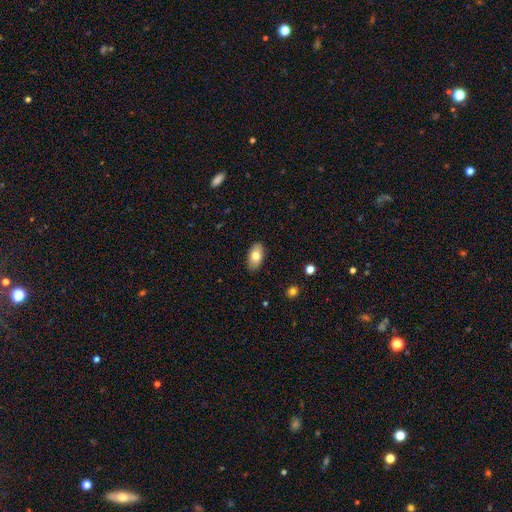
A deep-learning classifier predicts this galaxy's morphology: The model was most divided on "smooth or featured": smooth: 78%, featured or disk: 15%, star or artifact: 7%. More confident: how rounded — in between (93%); merging — none (88%).